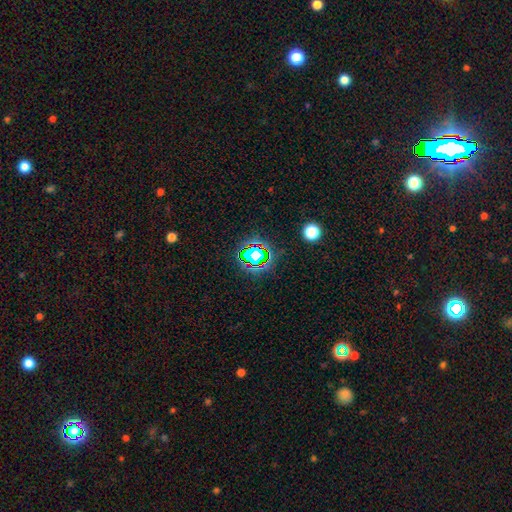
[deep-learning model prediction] Smooth or featured: star or artifact — 63% (smooth — 24%)